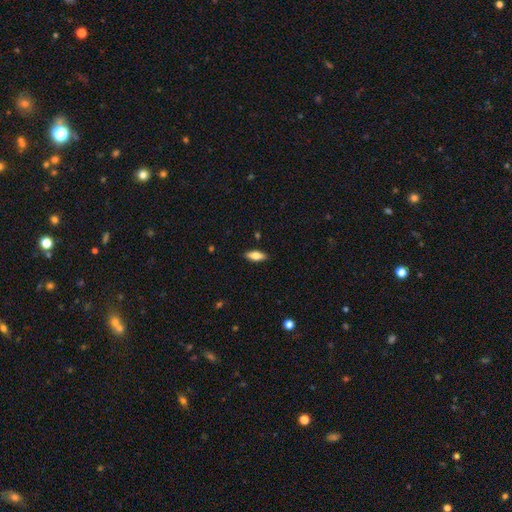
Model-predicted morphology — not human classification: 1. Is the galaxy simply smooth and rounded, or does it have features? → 71% smooth, 23% featured or disk, 7% star or artifact.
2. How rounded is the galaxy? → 70% in between, 27% cigar-shaped, 2% round.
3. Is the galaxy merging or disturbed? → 89% none, 8% minor disturbance, 2% major disturbance, 1% merger.